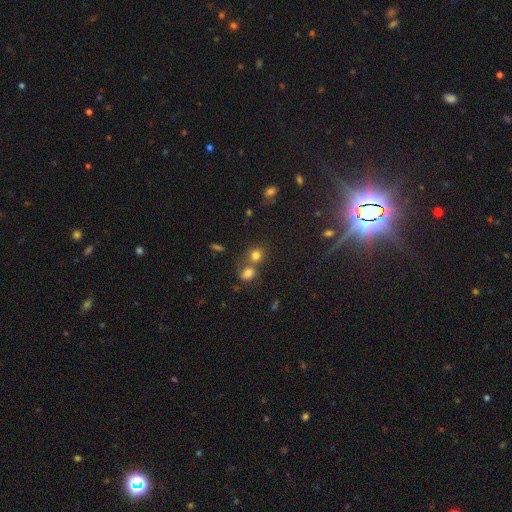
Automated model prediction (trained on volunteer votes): Q: Smooth or featured?
A: smooth (76%); runner-up: star or artifact (15%)
Q: How rounded?
A: round (73%); runner-up: in between (25%)
Q: Merging?
A: none (45%); runner-up: merger (42%)